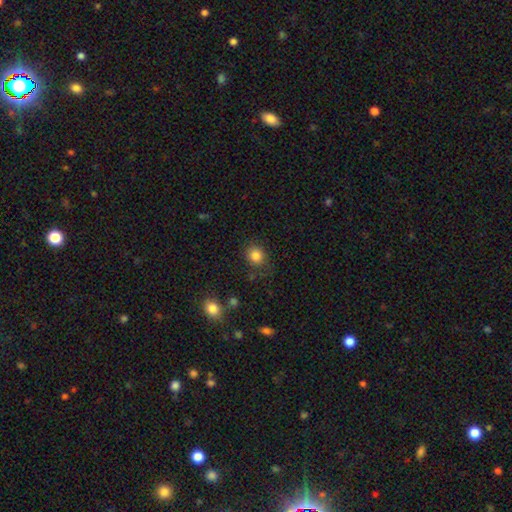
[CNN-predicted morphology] This is clearly a smooth galaxy (84%). How rounded: likely round (72%). Merging: likely none (75%).